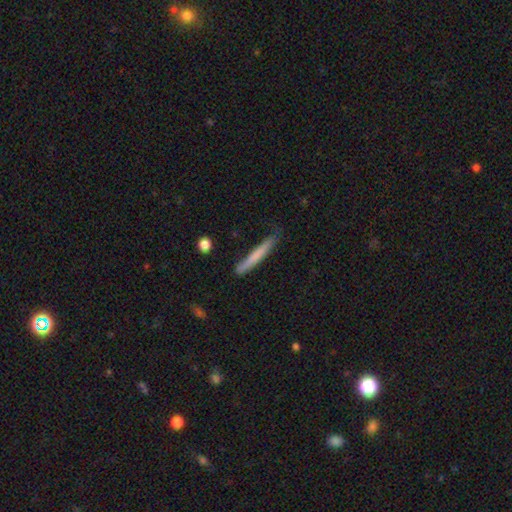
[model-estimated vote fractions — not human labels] smooth-or-featured: smooth: 69% | featured or disk: 26% | star or artifact: 6%
  how-rounded: cigar-shaped: 96% | in between: 3% | round: 1%
  merging: none: 74% | minor disturbance: 20% | major disturbance: 3% | merger: 2%